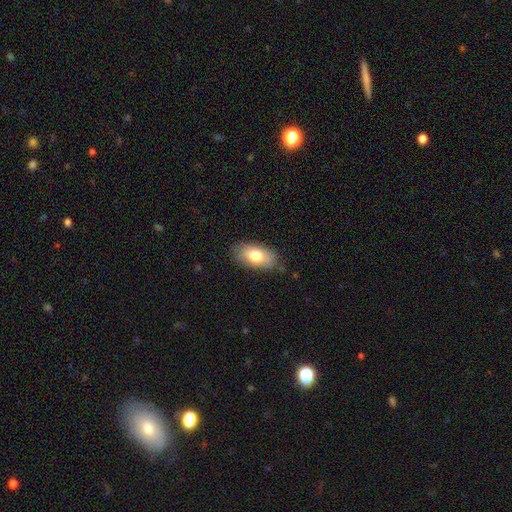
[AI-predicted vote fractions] Smooth or featured? Predicted: smooth (p=0.78). How rounded? Predicted: in between (p=0.92). Merging? Predicted: none (p=0.80).